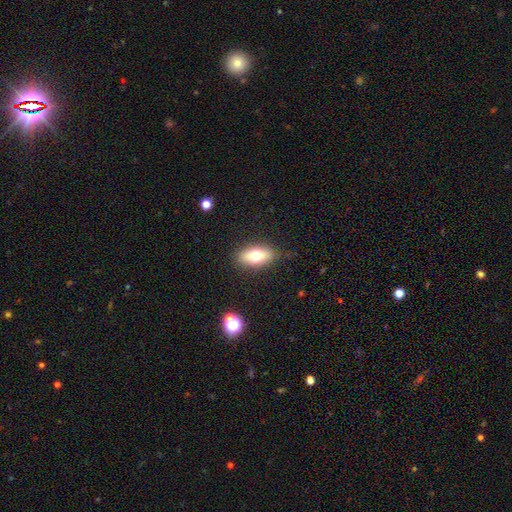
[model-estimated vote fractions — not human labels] Smooth or featured?
  - smooth: 69% *
  - featured or disk: 23%
  - star or artifact: 9%
How rounded?
  - in between: 84% *
  - cigar-shaped: 10%
  - round: 6%
Merging?
  - none: 86% *
  - minor disturbance: 10%
  - major disturbance: 3%
  - merger: 1%